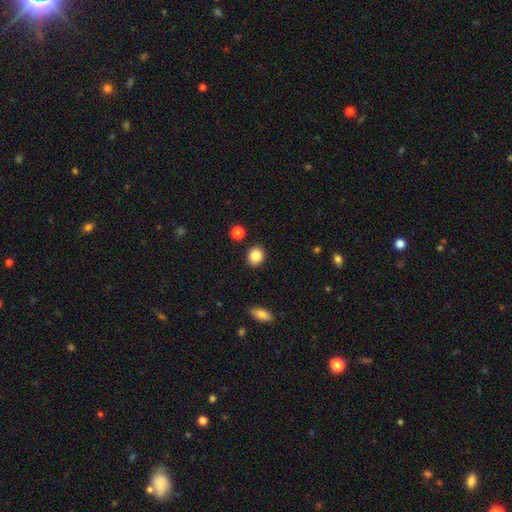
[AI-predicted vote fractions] Smooth or featured?
  - smooth: 86% *
  - star or artifact: 9%
  - featured or disk: 5%
How rounded?
  - round: 70% *
  - in between: 29%
  - cigar-shaped: 1%
Merging?
  - none: 89% *
  - minor disturbance: 7%
  - merger: 3%
  - major disturbance: 2%